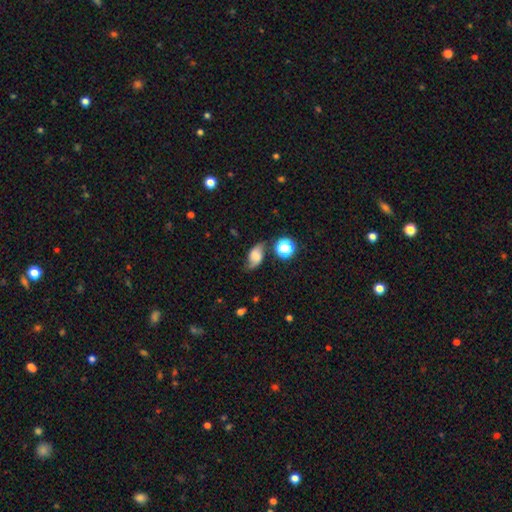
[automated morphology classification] smooth-or-featured: smooth: 49% | featured or disk: 38% | star or artifact: 13%
  merging: none: 64% | minor disturbance: 23% | major disturbance: 8% | merger: 5%